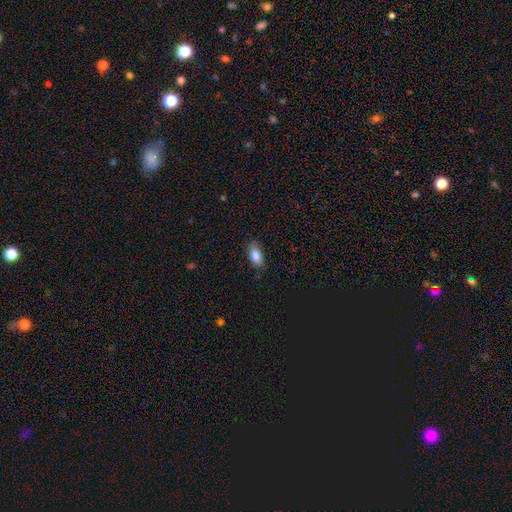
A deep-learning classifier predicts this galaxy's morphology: smooth-or-featured: smooth: 83% | featured or disk: 9% | star or artifact: 8%
  how-rounded: in between: 90% | round: 6% | cigar-shaped: 4%
  merging: none: 80% | minor disturbance: 16% | major disturbance: 3% | merger: 1%